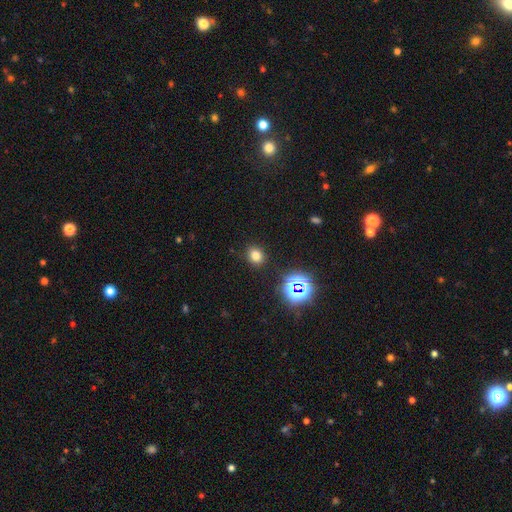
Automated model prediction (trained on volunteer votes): This appears to be a smooth galaxy with no disk features (73%) that is round (63%). Merging: none (88%).